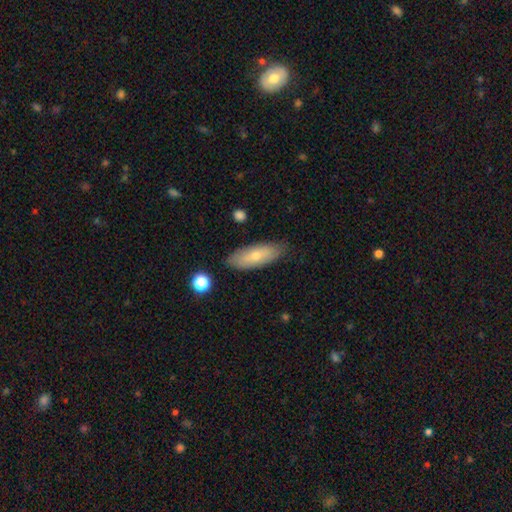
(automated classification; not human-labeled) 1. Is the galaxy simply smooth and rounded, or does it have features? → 68% smooth, 26% featured or disk, 6% star or artifact.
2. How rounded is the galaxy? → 70% in between, 27% cigar-shaped, 3% round.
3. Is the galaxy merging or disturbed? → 81% none, 15% minor disturbance, 3% major disturbance, 2% merger.